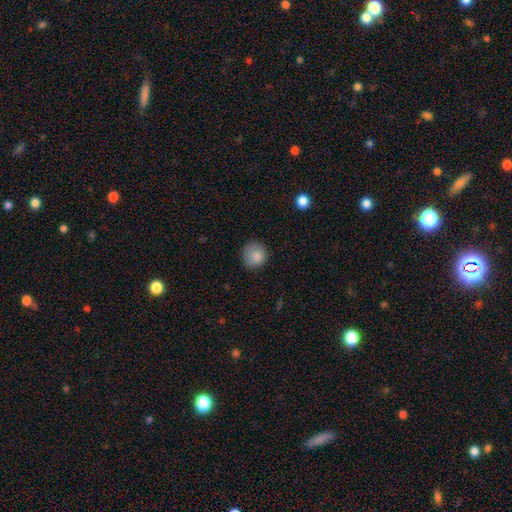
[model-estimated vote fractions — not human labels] The model was most divided on "merging": none: 77%, minor disturbance: 18%, major disturbance: 4%, merger: 1%. More confident: how rounded — round (87%); smooth or featured — smooth (86%).